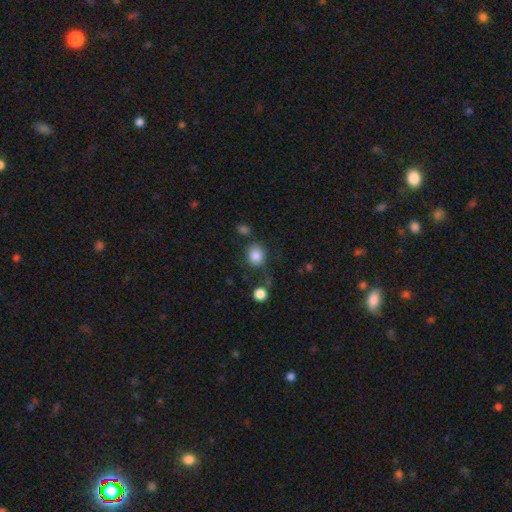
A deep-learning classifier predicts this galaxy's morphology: smooth_or_featured: smooth (p=0.86) [alt: star or artifact p=0.10]
how_rounded: round (p=0.71) [alt: in between p=0.28]
merging: none (p=0.69) [alt: minor disturbance p=0.17]